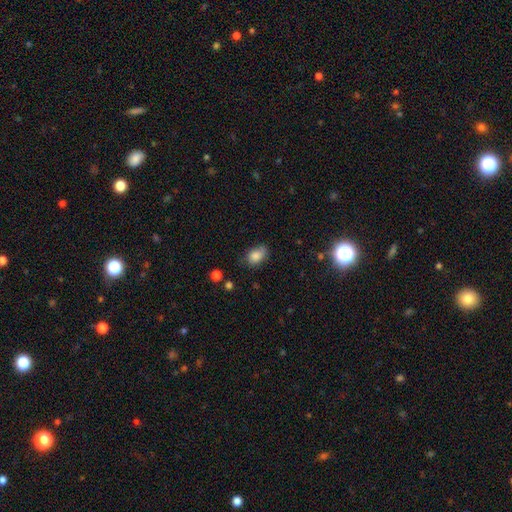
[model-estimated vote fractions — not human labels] smooth-or-featured: smooth: 82% | star or artifact: 10% | featured or disk: 8%
  how-rounded: in between: 79% | round: 20% | cigar-shaped: 1%
  merging: none: 60% | minor disturbance: 29% | major disturbance: 7% | merger: 3%